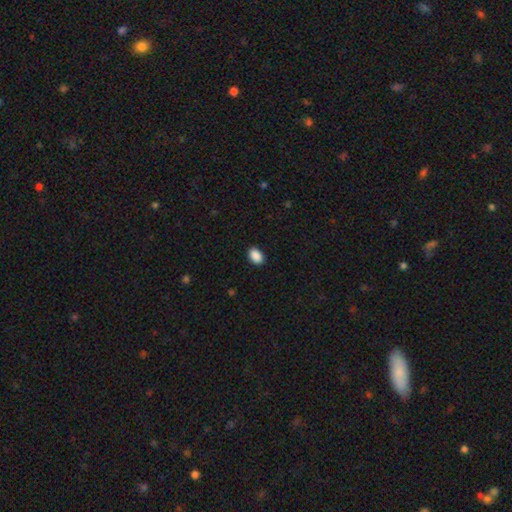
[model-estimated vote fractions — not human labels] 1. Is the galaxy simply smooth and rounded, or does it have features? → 90% smooth, 8% star or artifact, 2% featured or disk.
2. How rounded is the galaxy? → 85% in between, 14% round, 1% cigar-shaped.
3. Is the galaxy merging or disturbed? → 89% none, 8% minor disturbance, 2% major disturbance, 1% merger.